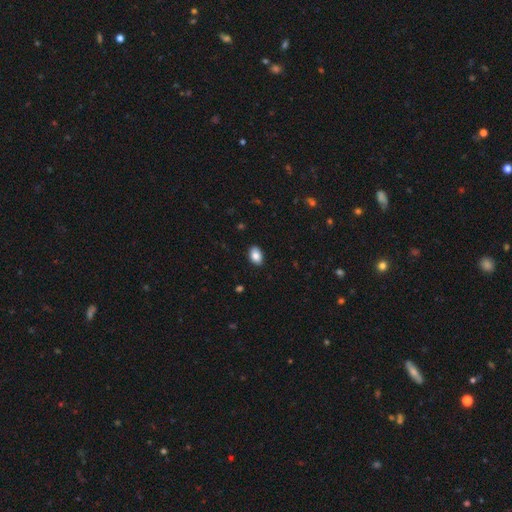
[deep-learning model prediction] Q: Smooth or featured?
A: smooth (86%); runner-up: star or artifact (8%)
Q: How rounded?
A: in between (88%); runner-up: round (11%)
Q: Merging?
A: none (89%); runner-up: minor disturbance (8%)